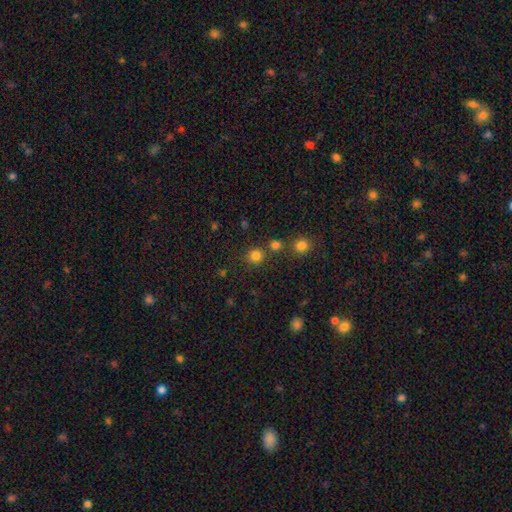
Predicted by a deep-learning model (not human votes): Q: Smooth or featured?
A: smooth (80%); runner-up: star or artifact (15%)
Q: How rounded?
A: round (91%); runner-up: in between (8%)
Q: Merging?
A: none (77%); runner-up: merger (12%)